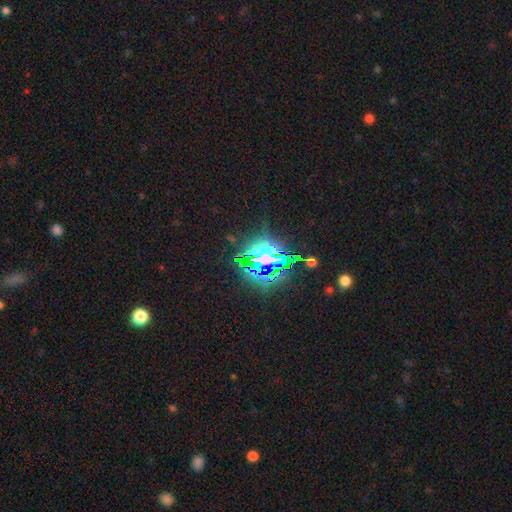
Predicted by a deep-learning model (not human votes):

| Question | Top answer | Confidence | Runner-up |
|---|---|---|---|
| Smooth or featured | star or artifact | 77% | smooth (13%) |